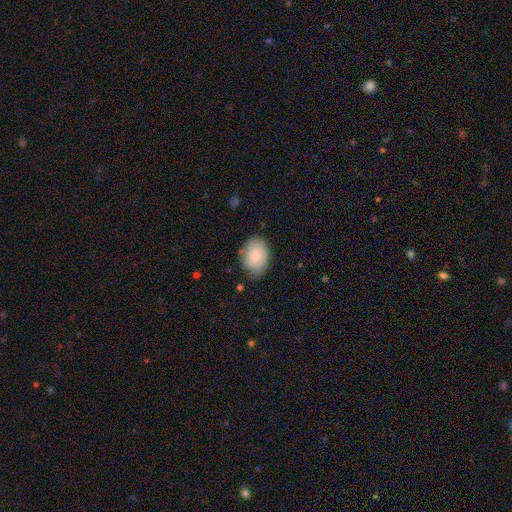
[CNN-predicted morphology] smooth-or-featured: smooth: 77% | featured or disk: 17% | star or artifact: 7%
  how-rounded: in between: 78% | round: 21% | cigar-shaped: 1%
  merging: none: 70% | minor disturbance: 23% | major disturbance: 5% | merger: 2%